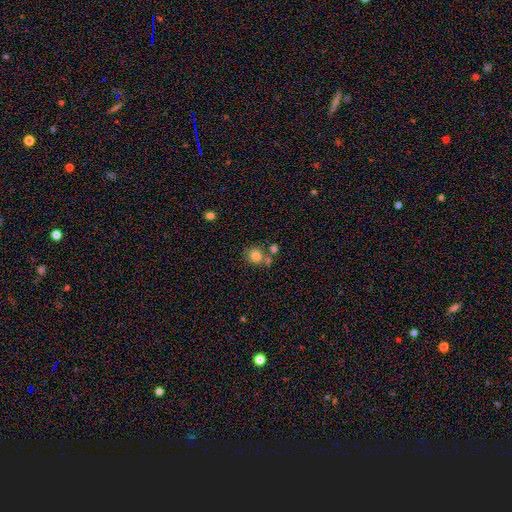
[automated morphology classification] Smooth or featured? Predicted: smooth (p=0.80). How rounded? Predicted: round (p=0.82). Merging? Predicted: none (p=0.56).